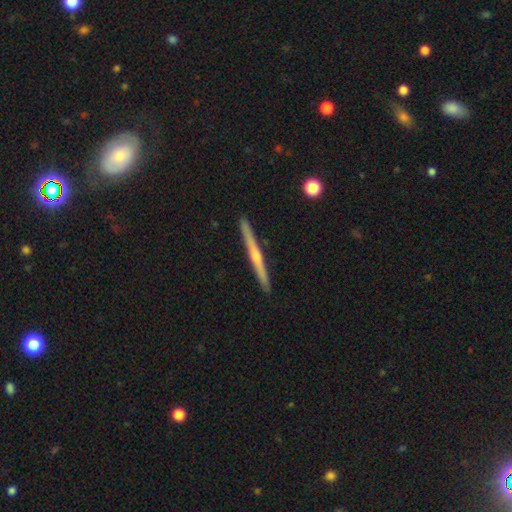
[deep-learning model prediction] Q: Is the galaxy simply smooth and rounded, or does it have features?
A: featured or disk — 78%.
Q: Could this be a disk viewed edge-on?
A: yes — 98%.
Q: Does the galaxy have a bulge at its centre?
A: rounded — 77%.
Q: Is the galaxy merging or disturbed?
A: none — 90%.